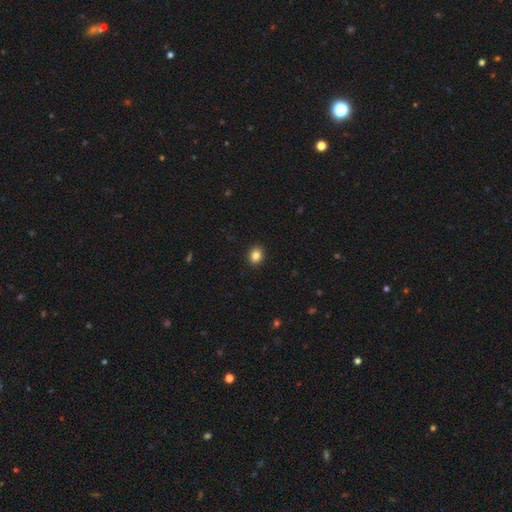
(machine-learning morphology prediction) smooth 85%, star or artifact 10%, featured or disk 5%. Down the decision tree: how rounded — round (56%); merging — none (92%).